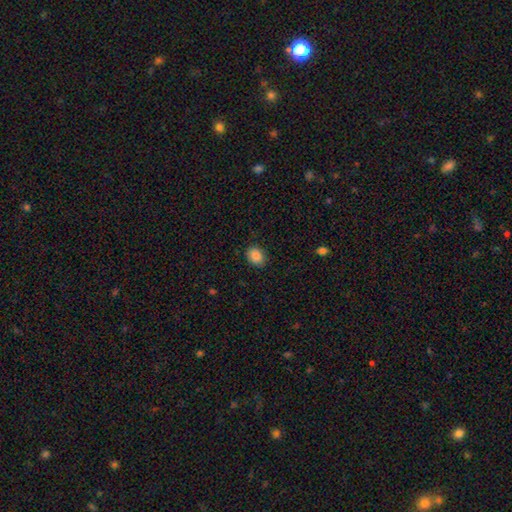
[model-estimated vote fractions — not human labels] smooth-or-featured: smooth: 86% | star or artifact: 9% | featured or disk: 5%
  how-rounded: in between: 55% | round: 45% | cigar-shaped: 1%
  merging: none: 88% | minor disturbance: 9% | major disturbance: 2% | merger: 1%